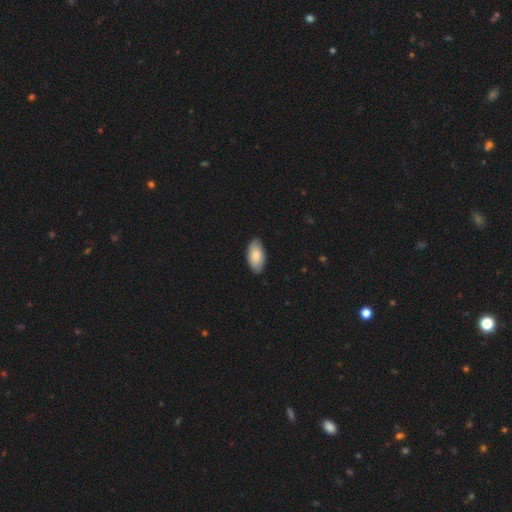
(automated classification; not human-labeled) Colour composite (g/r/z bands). It shows a smooth galaxy with no disk features (82%) that is in between round and cigar-shaped (95%). Merging: none (84%).